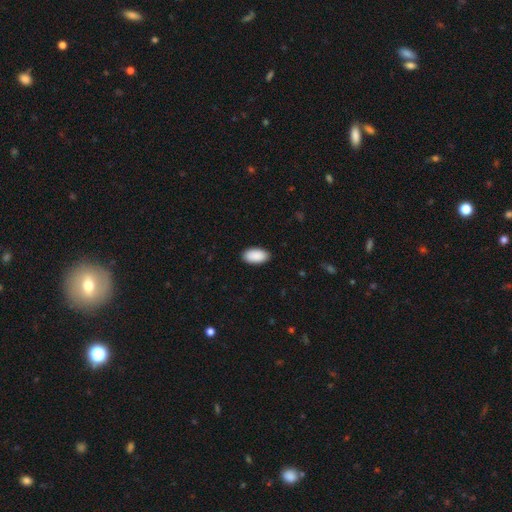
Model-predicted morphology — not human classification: Q: Smooth or featured?
A: smooth (91%); runner-up: star or artifact (6%)
Q: How rounded?
A: in between (96%); runner-up: round (2%)
Q: Merging?
A: none (89%); runner-up: minor disturbance (9%)